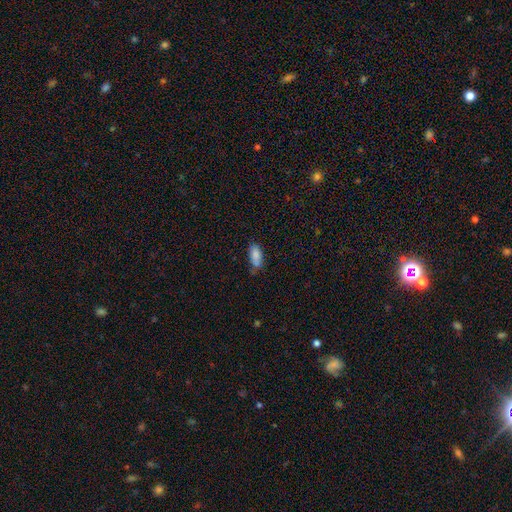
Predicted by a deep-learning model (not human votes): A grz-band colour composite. It shows a smooth galaxy with no disk features (86%) that is in between round and cigar-shaped (85%). Merging: none (59%).